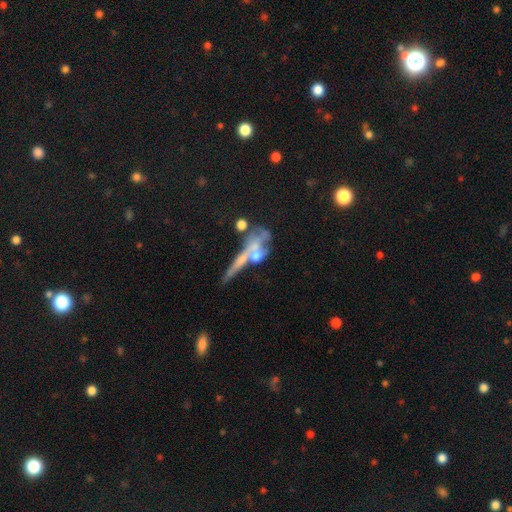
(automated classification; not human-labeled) Overall: featured or disk (51%; smooth 37%). Edge-on disk: no (65%; yes 35%). Merging: merger (44%; none 25%).